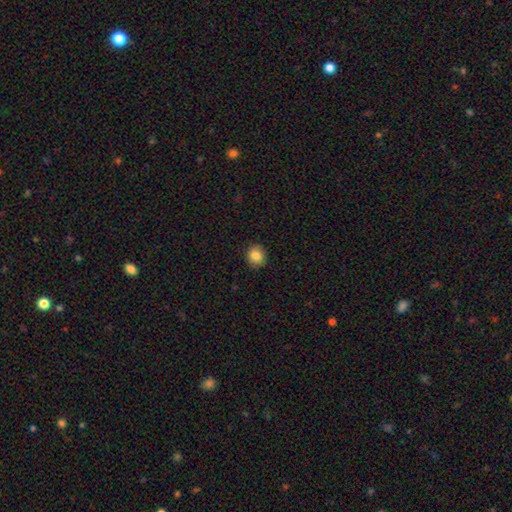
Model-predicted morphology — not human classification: Smooth or featured? Predicted: smooth (p=0.85). How rounded? Predicted: round (p=0.79). Merging? Predicted: none (p=0.89).